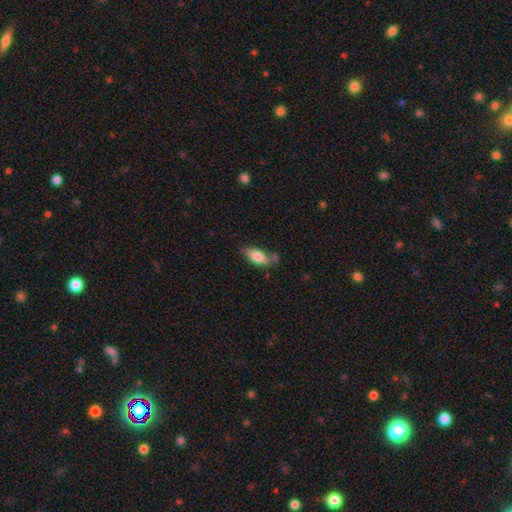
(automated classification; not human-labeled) smooth-or-featured: smooth: 77% | featured or disk: 16% | star or artifact: 7%
  how-rounded: in between: 82% | cigar-shaped: 16% | round: 3%
  merging: none: 63% | minor disturbance: 21% | merger: 11% | major disturbance: 5%